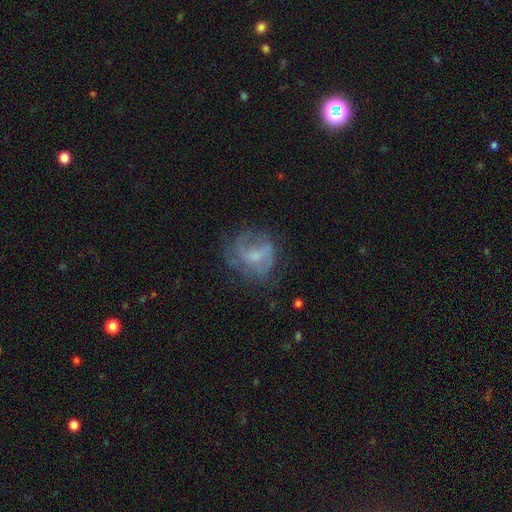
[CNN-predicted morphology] Smooth or featured: featured or disk — 56% (smooth — 33%)
Edge-on disk: no — 97% (yes — 3%)
Bar: no — 56% (weak — 37%)
Spiral arms: yes — 63% (no — 37%)
Bulge size: small — 39% (moderate — 32%)
Merging: none — 55% (minor disturbance — 22%)